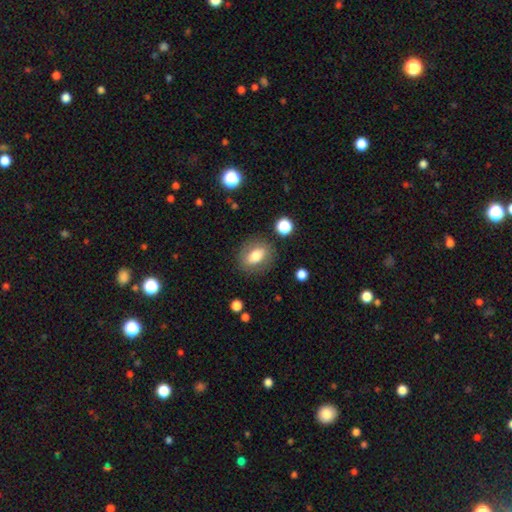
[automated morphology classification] Smooth or featured: smooth — 71% (featured or disk — 20%)
How rounded: in between — 64% (round — 34%)
Merging: none — 82% (minor disturbance — 11%)